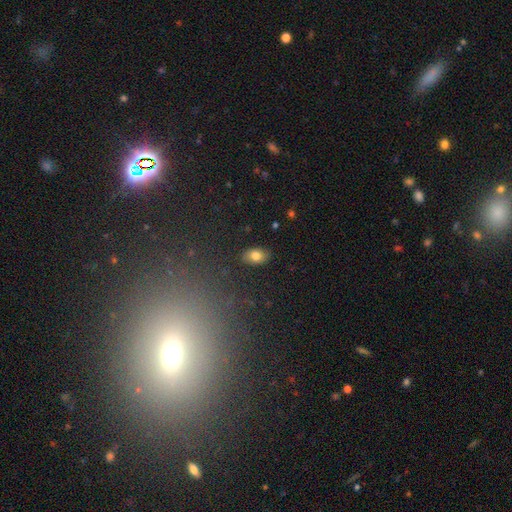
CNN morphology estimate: This is likely a smooth galaxy (80%). How rounded: clearly in between (88%). Merging: clearly none (87%).